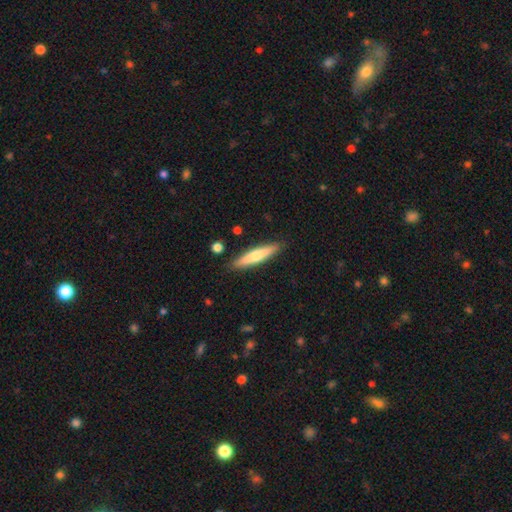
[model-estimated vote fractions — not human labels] Morphology: type=smooth (59%); roundness=cigar-shaped (88%); merging=none (88%).